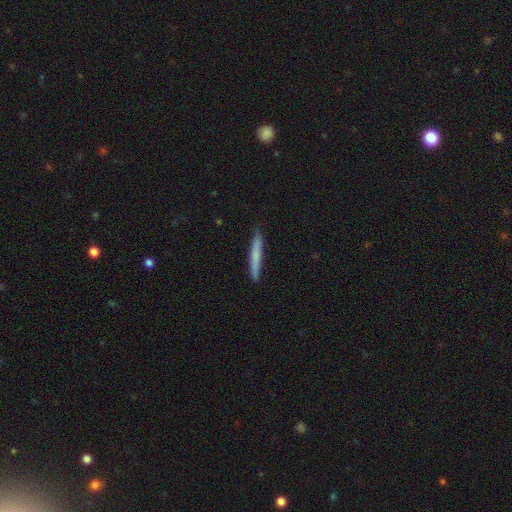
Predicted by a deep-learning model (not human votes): Smooth or featured?
  - smooth: 69% *
  - featured or disk: 26%
  - star or artifact: 5%
How rounded?
  - cigar-shaped: 96% *
  - in between: 3%
  - round: 1%
Merging?
  - none: 89% *
  - minor disturbance: 8%
  - major disturbance: 1%
  - merger: 1%